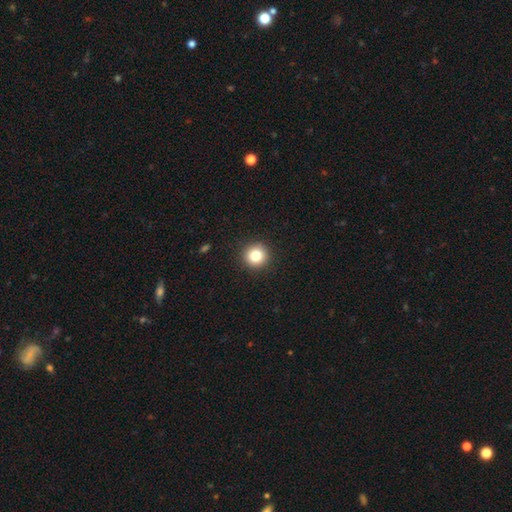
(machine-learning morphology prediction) smooth-or-featured: smooth: 82% | star or artifact: 11% | featured or disk: 7%
  how-rounded: round: 94% | in between: 5% | cigar-shaped: 1%
  merging: none: 92% | minor disturbance: 5% | major disturbance: 2% | merger: 1%